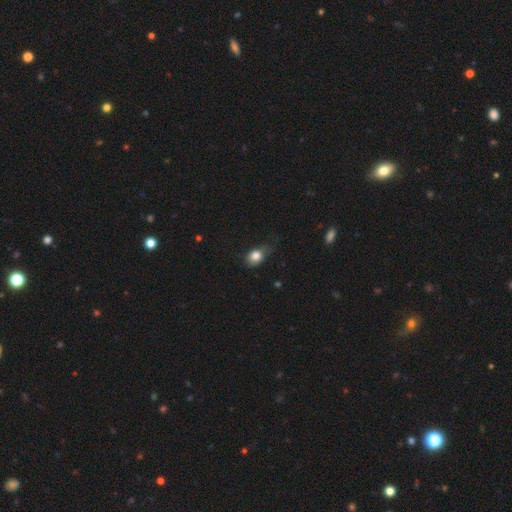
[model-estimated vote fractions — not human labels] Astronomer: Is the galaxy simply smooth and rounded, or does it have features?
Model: smooth — 80%.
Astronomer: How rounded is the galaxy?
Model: in between — 58% (runner-up: round, 40%).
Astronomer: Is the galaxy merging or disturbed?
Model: none — 47% (runner-up: minor disturbance, 37%).